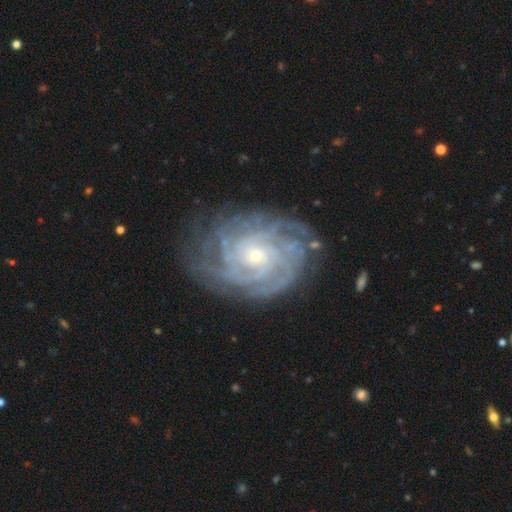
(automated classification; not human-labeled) smooth_or_featured: featured or disk (p=0.90) [alt: star or artifact p=0.05]
disk_edge_on: no (p=0.98) [alt: yes p=0.02]
bar: no (p=0.74) [alt: weak p=0.20]
has_spiral_arms: yes (p=0.98) [alt: no p=0.02]
spiral_winding: tight (p=0.79) [alt: medium p=0.18]
spiral_arm_count: more than 4 (p=0.26) [alt: 4 p=0.23]
bulge_size: small (p=0.78) [alt: moderate p=0.18]
merging: none (p=0.77) [alt: minor disturbance p=0.16]